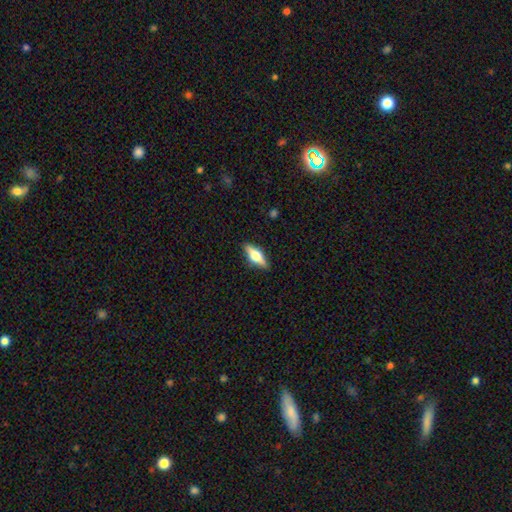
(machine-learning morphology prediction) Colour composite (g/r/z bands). It shows a featured or disk galaxy (51%) viewed edge-on (92%). Merging: none (88%).